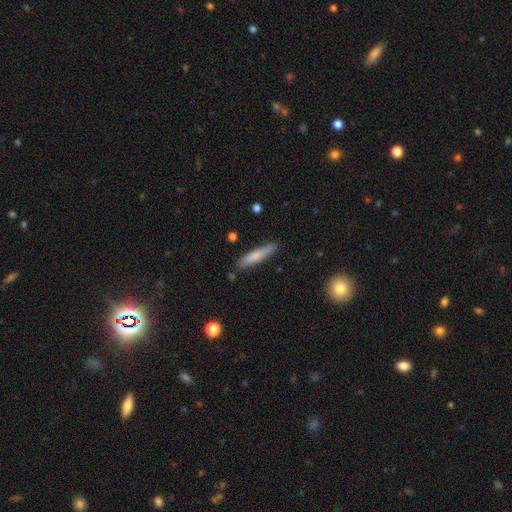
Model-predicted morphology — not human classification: Smooth or featured? smooth (72%)
How rounded? cigar-shaped (88%)
Merging? none (83%)